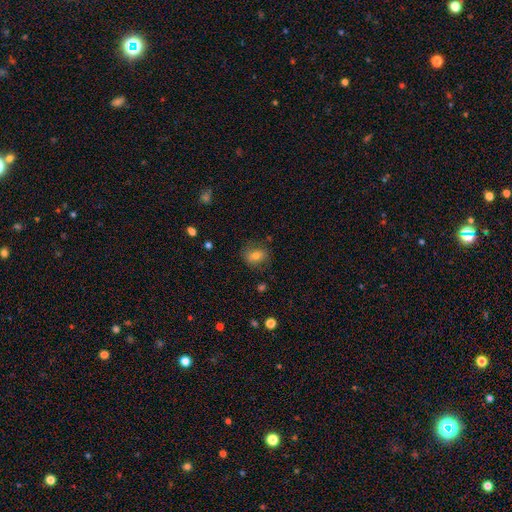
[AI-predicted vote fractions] Smooth or featured?
  - smooth: 71% *
  - featured or disk: 18%
  - star or artifact: 11%
How rounded?
  - round: 51% *
  - in between: 47%
  - cigar-shaped: 1%
Merging?
  - none: 76% *
  - minor disturbance: 17%
  - major disturbance: 6%
  - merger: 2%